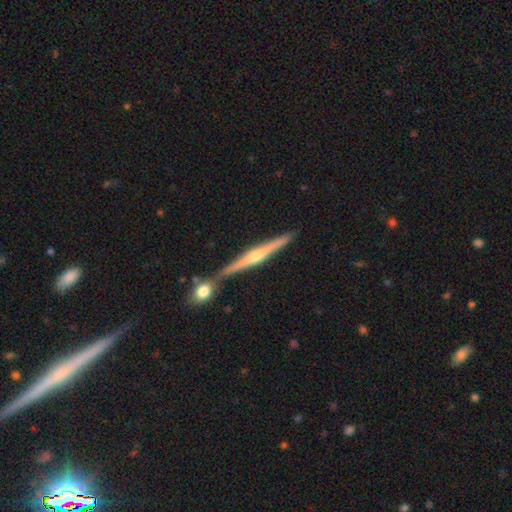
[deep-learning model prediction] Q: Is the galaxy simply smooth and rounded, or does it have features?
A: featured or disk — 78%.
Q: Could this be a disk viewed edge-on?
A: yes — 98%.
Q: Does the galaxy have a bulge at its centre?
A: rounded — 81%.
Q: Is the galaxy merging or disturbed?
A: none — 76%.